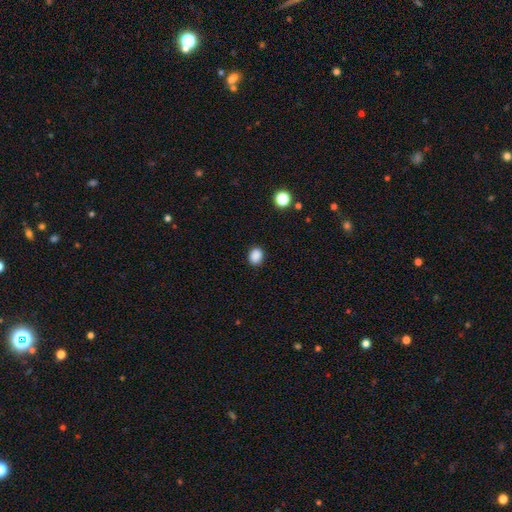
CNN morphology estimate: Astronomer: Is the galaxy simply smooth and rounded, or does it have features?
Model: smooth — 87%.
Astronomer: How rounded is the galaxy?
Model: round — 54% (runner-up: in between, 45%).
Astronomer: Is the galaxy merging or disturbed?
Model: none — 89%.